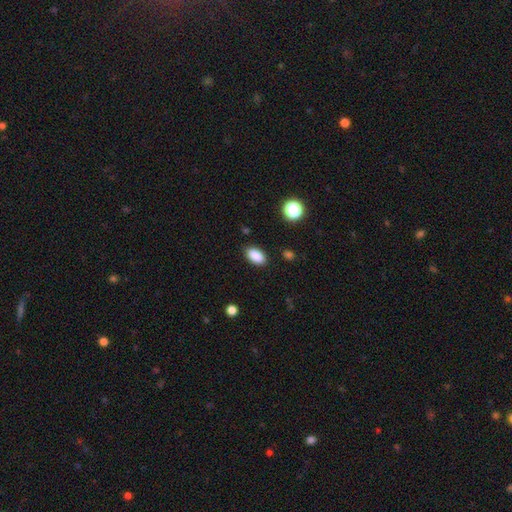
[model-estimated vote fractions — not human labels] Smooth or featured: smooth — 88% (star or artifact — 9%)
How rounded: in between — 91% (round — 6%)
Merging: none — 88% (minor disturbance — 9%)